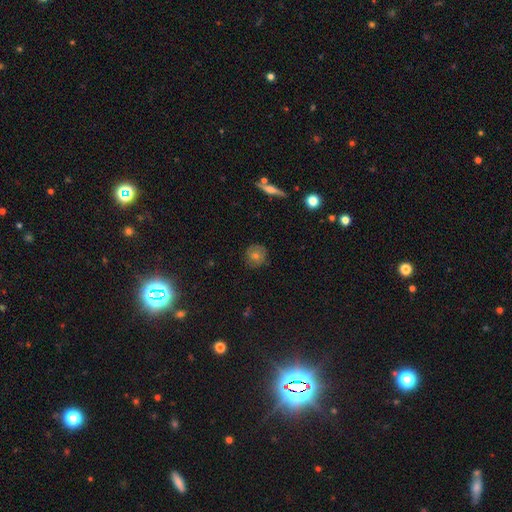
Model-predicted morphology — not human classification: This appears to be a smooth galaxy with no disk features (51%) that is round (90%). Merging: none (84%).